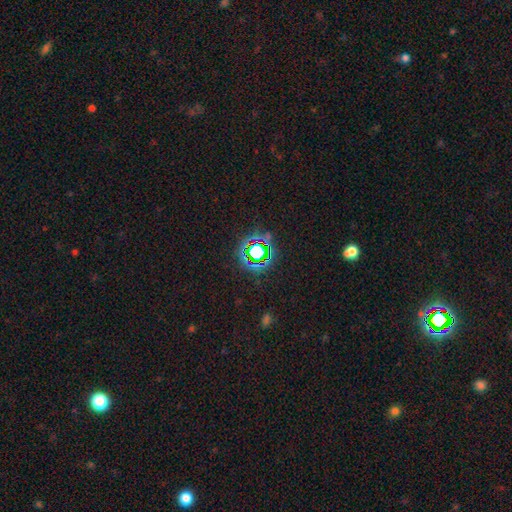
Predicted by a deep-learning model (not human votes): Morphology: type=star or artifact (70%).